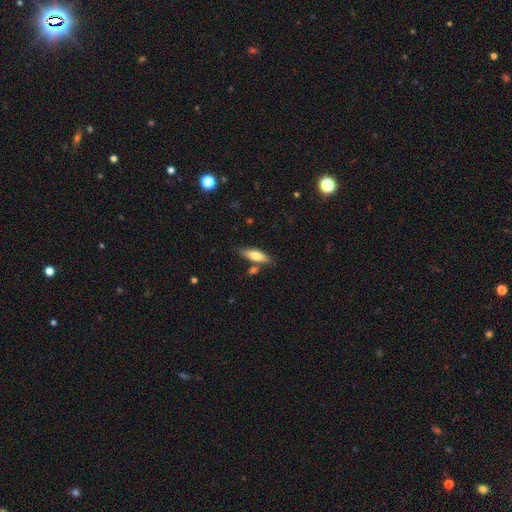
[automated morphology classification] Smooth or featured? Predicted: smooth (p=0.72). How rounded? Predicted: in between (p=0.52). Merging? Predicted: none (p=0.75).